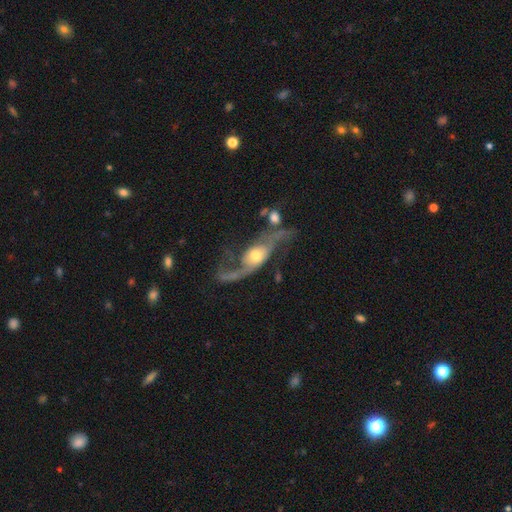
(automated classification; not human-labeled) A featured or disk galaxy (81%) with no bar (65%), 2 (83%) loose (81%) spiral arms (88%) and a moderate central bulge (59%). Merging: none (36%).